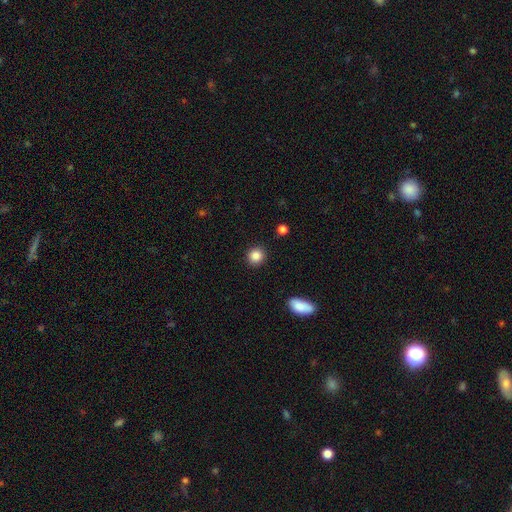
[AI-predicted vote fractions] Smooth or featured: smooth — 87% (star or artifact — 10%)
How rounded: round — 88% (in between — 11%)
Merging: none — 90% (minor disturbance — 6%)